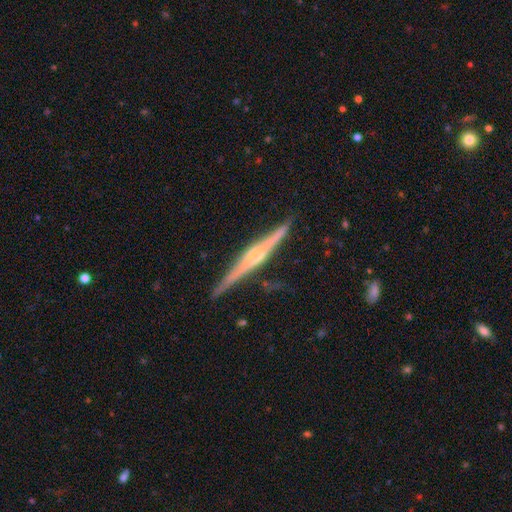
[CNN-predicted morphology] smooth-or-featured: featured or disk: 80% | smooth: 14% | star or artifact: 6%
  disk-edge-on: yes: 98% | no: 2%
    edge-on-bulge: rounded: 66% | boxy: 19% | none: 15%
  merging: none: 87% | minor disturbance: 10% | major disturbance: 2% | merger: 2%